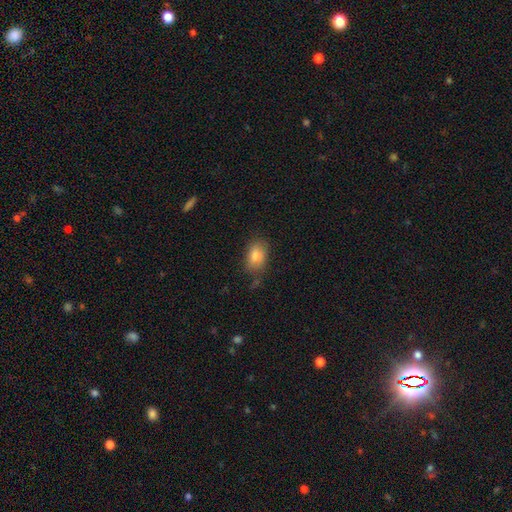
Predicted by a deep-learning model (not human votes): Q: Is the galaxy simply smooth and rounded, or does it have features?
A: smooth — 81%.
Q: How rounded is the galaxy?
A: in between — 85%.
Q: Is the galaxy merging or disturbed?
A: none — 69%.